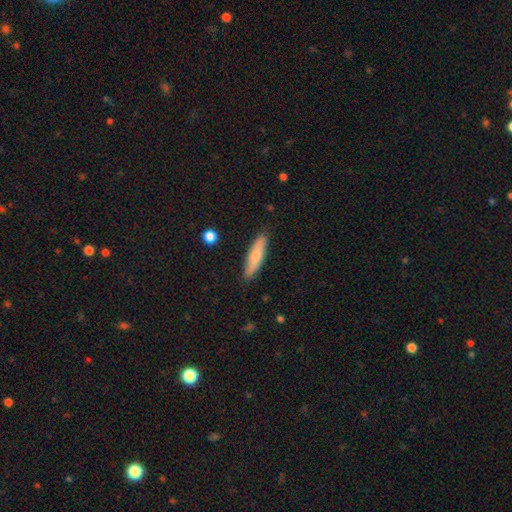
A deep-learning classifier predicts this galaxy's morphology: Smooth or featured? Predicted: smooth (p=0.70). How rounded? Predicted: cigar-shaped (p=0.72). Merging? Predicted: none (p=0.87).